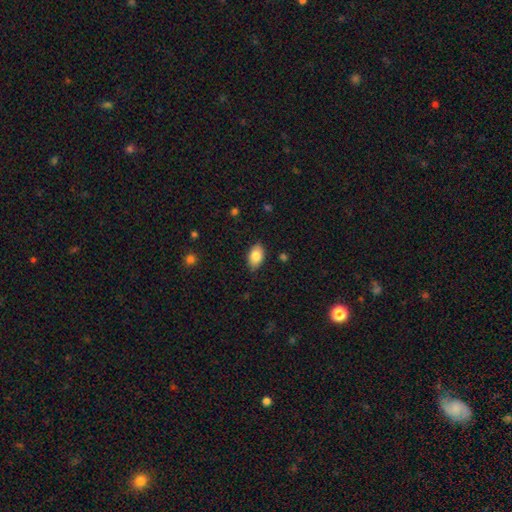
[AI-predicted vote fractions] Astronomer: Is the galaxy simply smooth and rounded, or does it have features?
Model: smooth — 83%.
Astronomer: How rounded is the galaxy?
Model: in between — 91%.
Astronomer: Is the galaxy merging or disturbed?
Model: none — 83%.